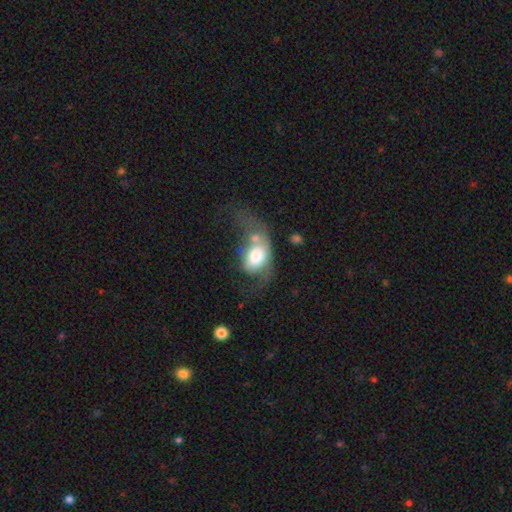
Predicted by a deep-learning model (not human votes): This is possibly a smooth galaxy (56%). How rounded: likely in between (77%). Merging: marginally major disturbance (45%).